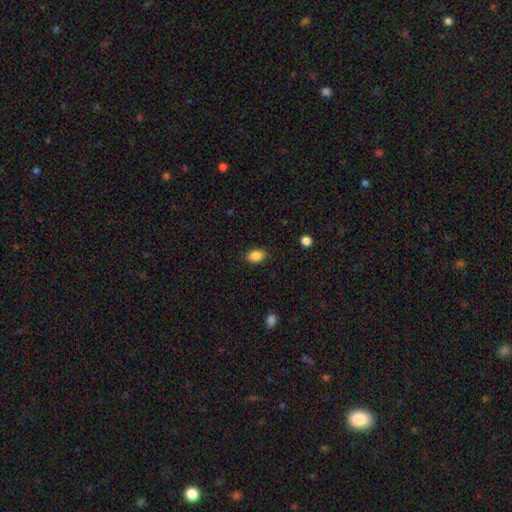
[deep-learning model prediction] The model was most divided on "how rounded": in between: 83%, round: 16%, cigar-shaped: 1%. More confident: merging — none (87%); smooth or featured — smooth (87%).